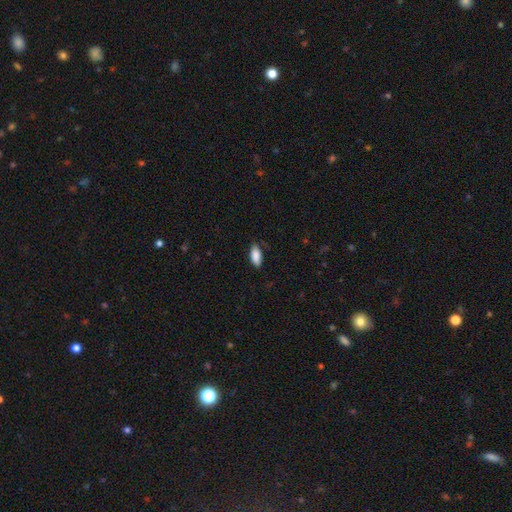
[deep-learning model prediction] Smooth or featured? smooth (88%)
How rounded? in between (89%)
Merging? none (78%)